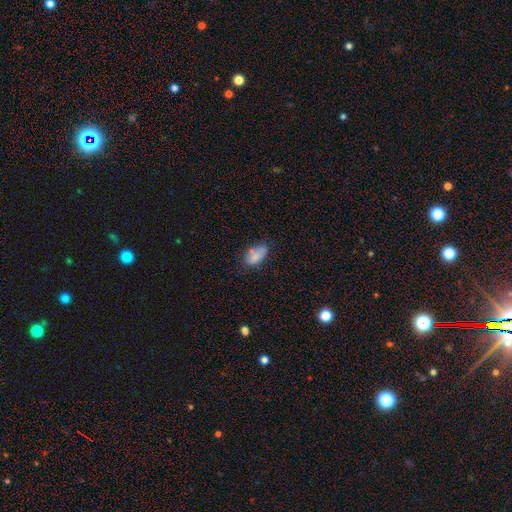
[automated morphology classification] smooth 78%, featured or disk 12%, star or artifact 9%. Down the decision tree: how rounded — in between (90%); merging — none (52%).